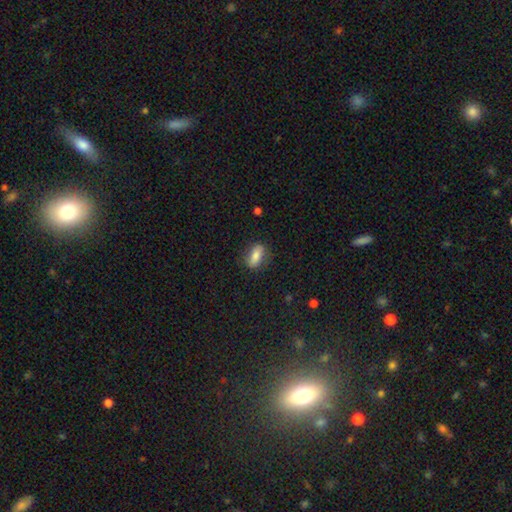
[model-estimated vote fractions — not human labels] smooth-or-featured: smooth: 74% | featured or disk: 18% | star or artifact: 8%
  how-rounded: in between: 78% | cigar-shaped: 16% | round: 6%
  merging: none: 77% | minor disturbance: 16% | major disturbance: 5% | merger: 1%